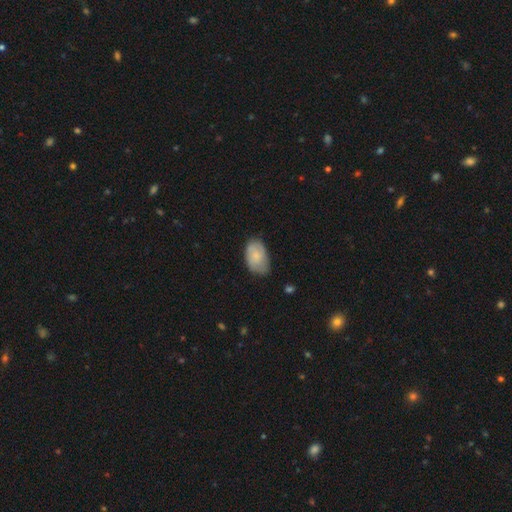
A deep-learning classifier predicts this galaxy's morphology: smooth_or_featured: smooth (p=0.72) [alt: featured or disk p=0.22]
how_rounded: in between (p=0.91) [alt: round p=0.07]
merging: none (p=0.63) [alt: minor disturbance p=0.29]